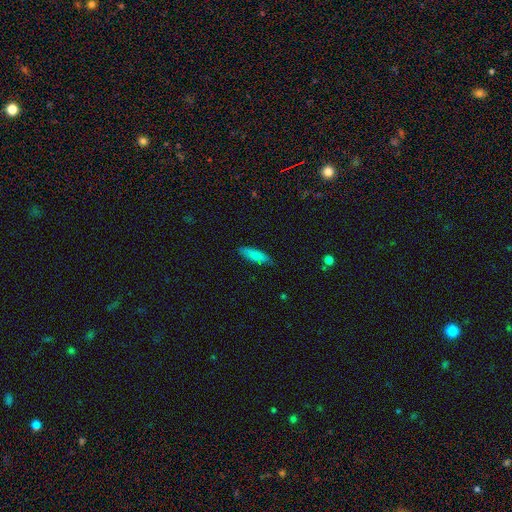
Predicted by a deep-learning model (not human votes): Smooth or featured? smooth (80%)
How rounded? cigar-shaped (54%)
Merging? none (79%)